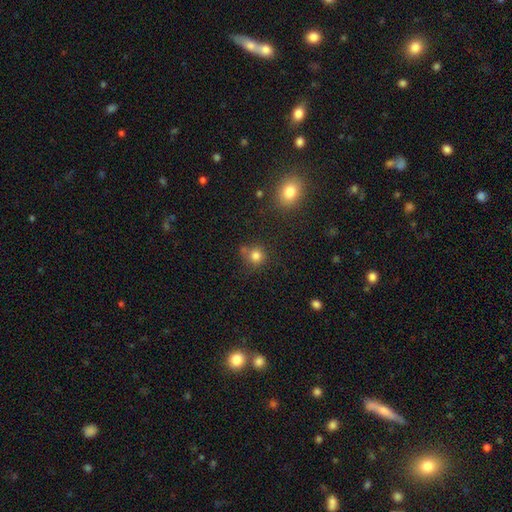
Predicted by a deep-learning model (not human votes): Morphology: type=smooth (80%); roundness=round (87%); merging=none (65%).